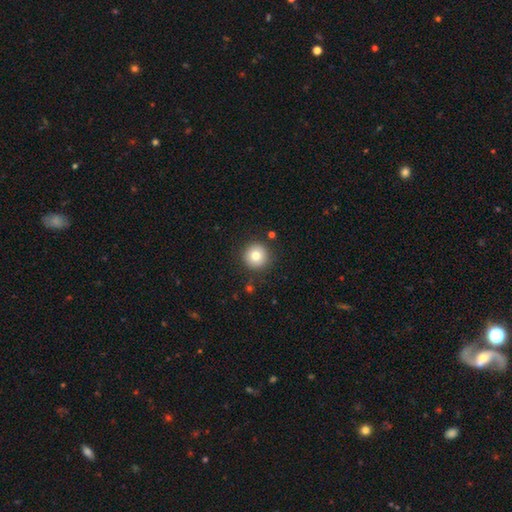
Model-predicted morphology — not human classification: Smooth or featured: smooth — 80% (star or artifact — 10%)
How rounded: round — 96% (in between — 4%)
Merging: none — 88% (minor disturbance — 7%)